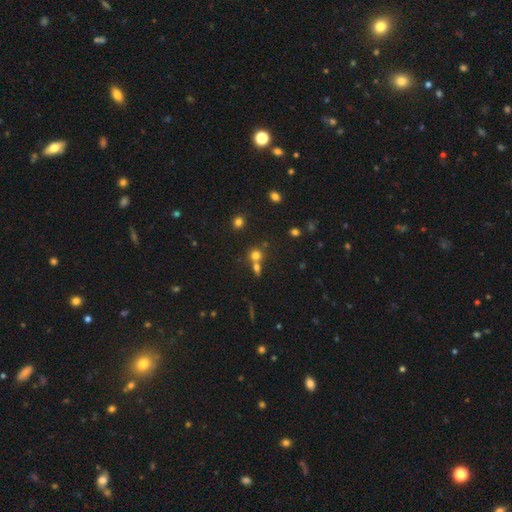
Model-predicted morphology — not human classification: This appears to be a smooth galaxy with no disk features (68%) that is round (82%). Merging: merger (47%).